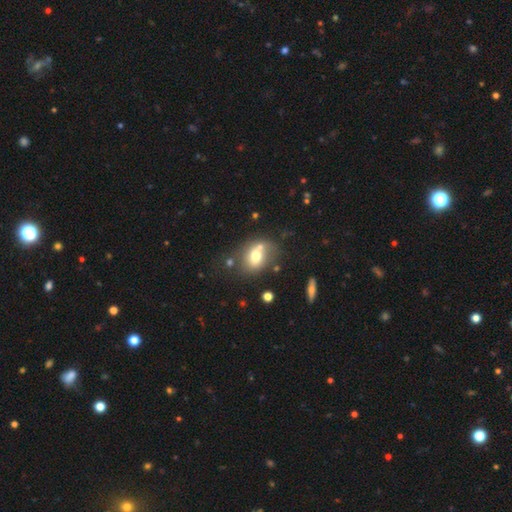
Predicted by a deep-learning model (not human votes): Smooth or featured? smooth (65%)
How rounded? in between (56%)
Merging? none (46%)